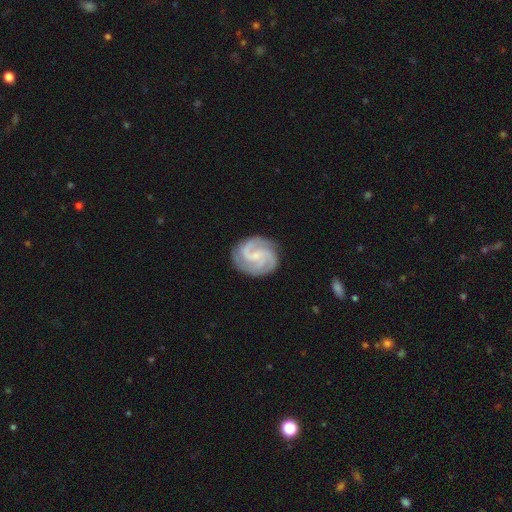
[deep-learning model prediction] A featured or disk galaxy (90%) with a weak bar (45%), 3 (57%) medium (46%) spiral arms (98%) and a small central bulge (65%).

Vote fractions:
- Smooth or featured? featured or disk: 90% / smooth: 6% / star or artifact: 4%
- Edge-on disk? no: 98% / yes: 2%
- Bar? weak: 45% / no: 44% / strong: 11%
- Spiral arms? yes: 98% / no: 2%
- Spiral winding? medium: 46% / tight: 45% / loose: 9%
- Spiral arm count? 3: 57% / 2: 20% / 4: 8% / can't tell: 7% / 1: 4% / more than 4: 4%
- Bulge size? small: 65% / moderate: 20% / none: 13% / large: 1% / dominant: 1%
- Merging? none: 83% / minor disturbance: 12% / major disturbance: 4% / merger: 1%